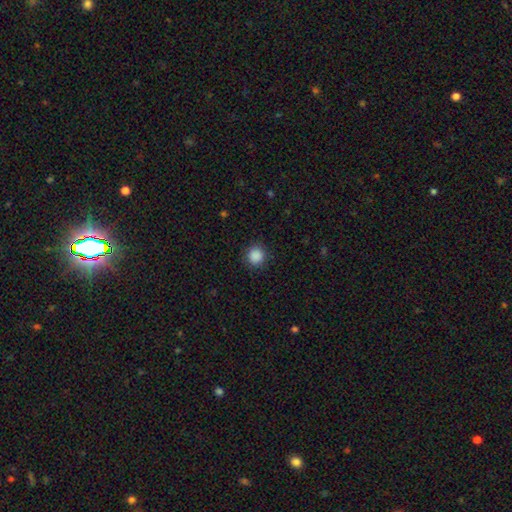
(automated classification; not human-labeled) This is clearly a smooth galaxy (88%). How rounded: clearly round (93%). Merging: clearly none (90%).